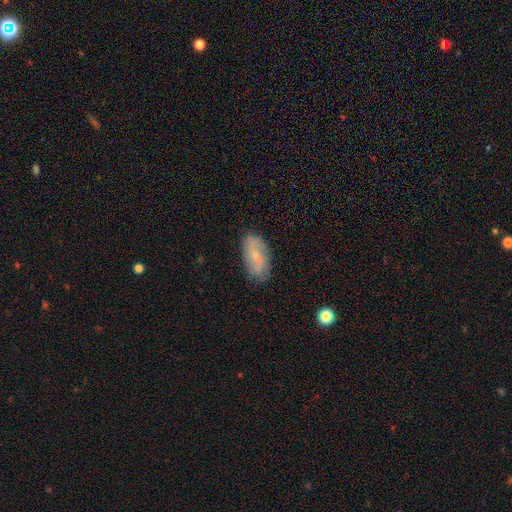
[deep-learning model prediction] smooth-or-featured: featured or disk: 48% | smooth: 44% | star or artifact: 8%
  merging: none: 78% | minor disturbance: 16% | major disturbance: 4% | merger: 2%